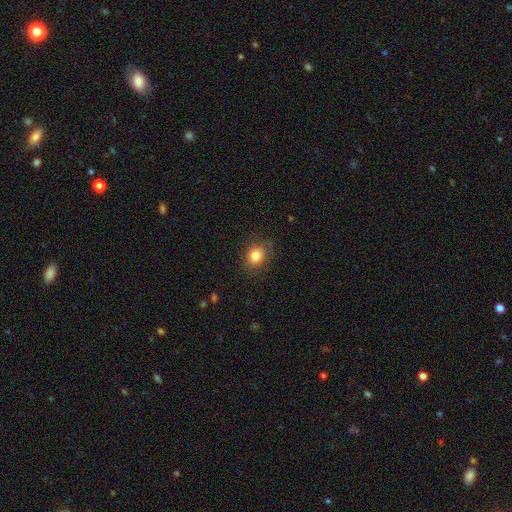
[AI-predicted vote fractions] Overall: smooth (82%). How rounded: round (67%; in between 32%). Merging: none (84%).